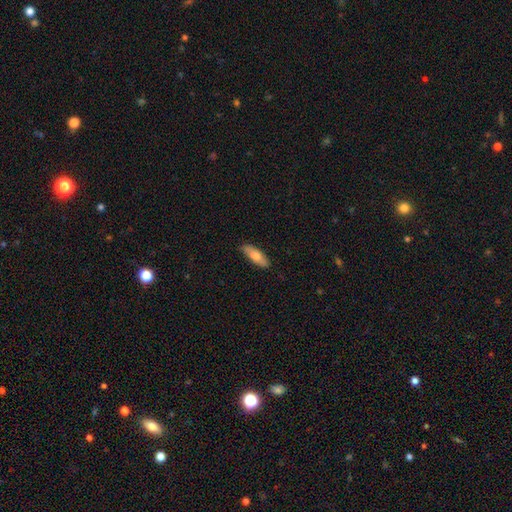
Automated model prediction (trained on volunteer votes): A smooth galaxy with no disk features (72%) that is in between round and cigar-shaped (61%).

Vote fractions:
- Smooth or featured? smooth: 72% / featured or disk: 22% / star or artifact: 6%
- How rounded? in between: 61% / cigar-shaped: 37% / round: 2%
- Merging? none: 83% / minor disturbance: 13% / major disturbance: 2% / merger: 1%